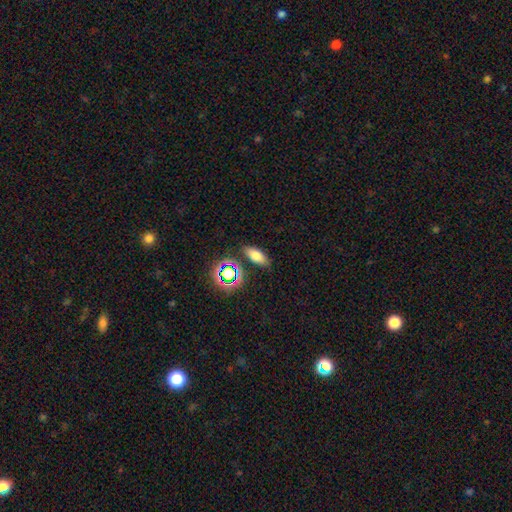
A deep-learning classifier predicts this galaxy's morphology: smooth_or_featured: smooth (p=0.72) [alt: star or artifact p=0.16]
how_rounded: in between (p=0.76) [alt: cigar-shaped p=0.17]
merging: none (p=0.80) [alt: minor disturbance p=0.13]